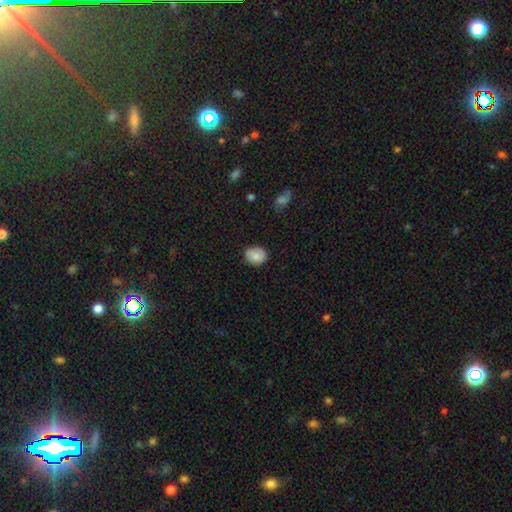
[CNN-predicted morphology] Smooth or featured? Predicted: smooth (p=0.83). How rounded? Predicted: round (p=0.52). Merging? Predicted: none (p=0.80).